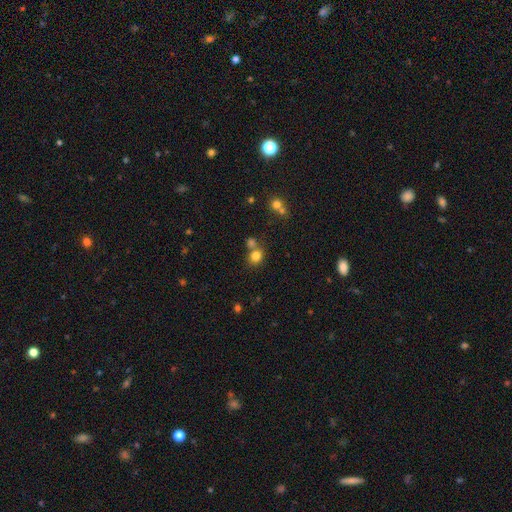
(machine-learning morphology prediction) Smooth or featured: smooth — 80% (star or artifact — 14%)
How rounded: round — 76% (in between — 23%)
Merging: none — 60% (merger — 27%)